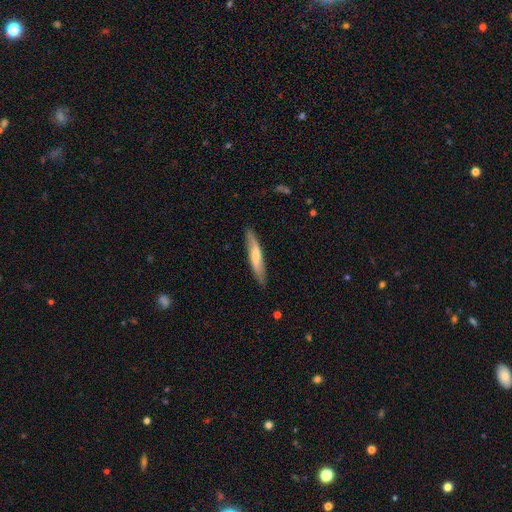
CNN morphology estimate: Smooth or featured: smooth — 54% (featured or disk — 41%)
How rounded: cigar-shaped — 89% (in between — 10%)
Merging: none — 84% (minor disturbance — 12%)